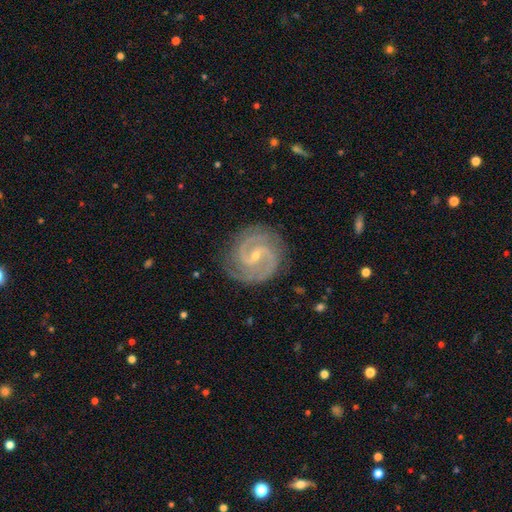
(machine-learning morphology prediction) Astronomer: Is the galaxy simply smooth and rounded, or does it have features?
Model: featured or disk — 92%.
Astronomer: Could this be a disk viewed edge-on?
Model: no — 98%.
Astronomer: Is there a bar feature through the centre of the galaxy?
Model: weak — 47% (runner-up: no, 28%).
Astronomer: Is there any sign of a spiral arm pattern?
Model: yes — 99%.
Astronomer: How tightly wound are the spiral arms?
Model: medium — 49% (runner-up: tight, 44%).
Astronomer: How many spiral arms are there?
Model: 2 — 83%.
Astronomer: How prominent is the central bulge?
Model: small — 72%.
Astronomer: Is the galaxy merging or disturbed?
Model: none — 84%.